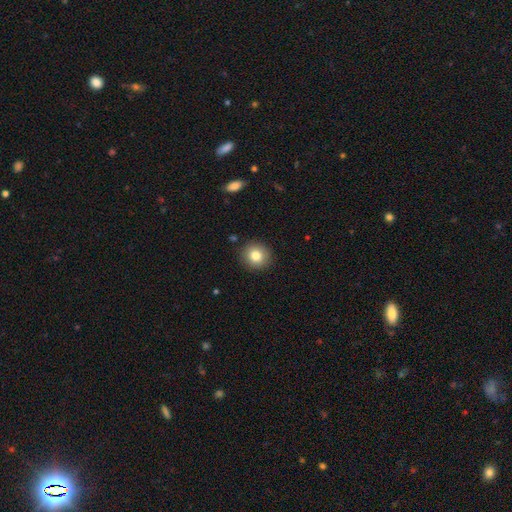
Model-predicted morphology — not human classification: smooth 81%, star or artifact 10%, featured or disk 9%. Down the decision tree: how rounded — round (90%); merging — none (90%).